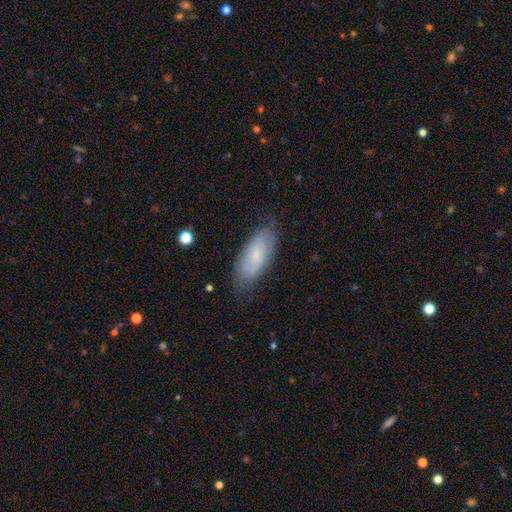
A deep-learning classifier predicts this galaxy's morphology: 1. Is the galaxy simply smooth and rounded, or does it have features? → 63% smooth, 29% featured or disk, 8% star or artifact.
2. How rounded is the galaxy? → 80% in between, 18% cigar-shaped, 2% round.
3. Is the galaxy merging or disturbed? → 76% none, 19% minor disturbance, 4% major disturbance, 1% merger.